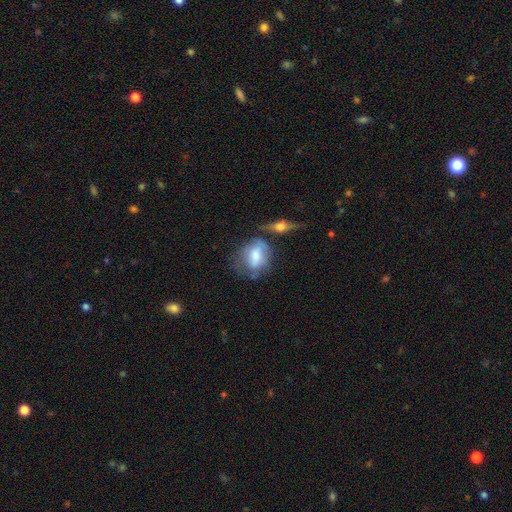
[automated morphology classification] Smooth or featured? smooth (64%)
How rounded? in between (72%)
Merging? none (42%)